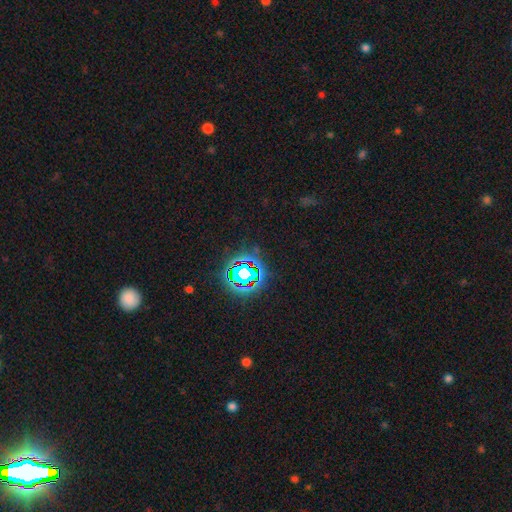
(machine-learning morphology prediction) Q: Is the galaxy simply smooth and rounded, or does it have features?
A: star or artifact — 77%.